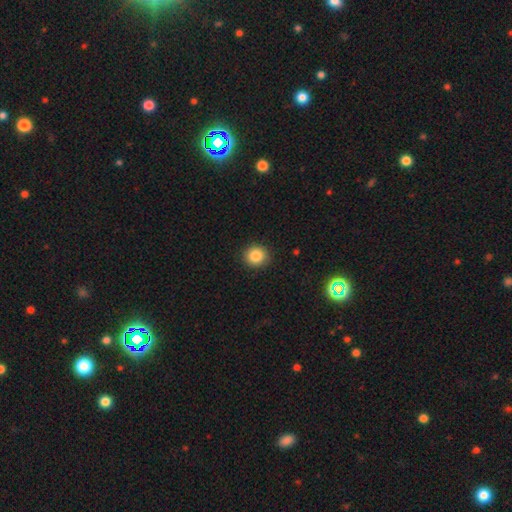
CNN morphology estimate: smooth-or-featured: smooth: 85% | star or artifact: 10% | featured or disk: 5%
  how-rounded: round: 89% | in between: 10% | cigar-shaped: 1%
  merging: none: 91% | minor disturbance: 6% | major disturbance: 2% | merger: 1%